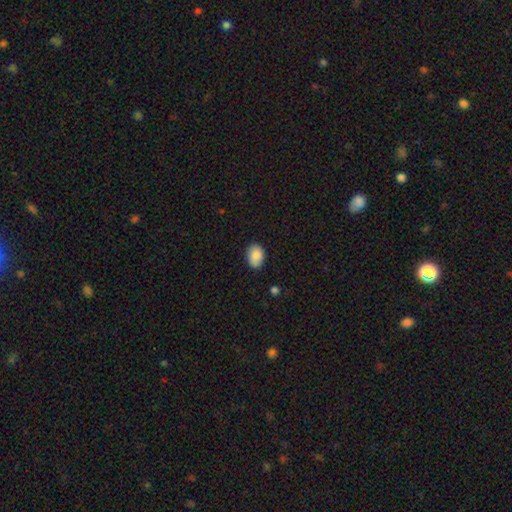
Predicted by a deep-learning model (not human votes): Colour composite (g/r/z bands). It shows a smooth galaxy with no disk features (88%) that is in between round and cigar-shaped (80%). Merging: none (82%).